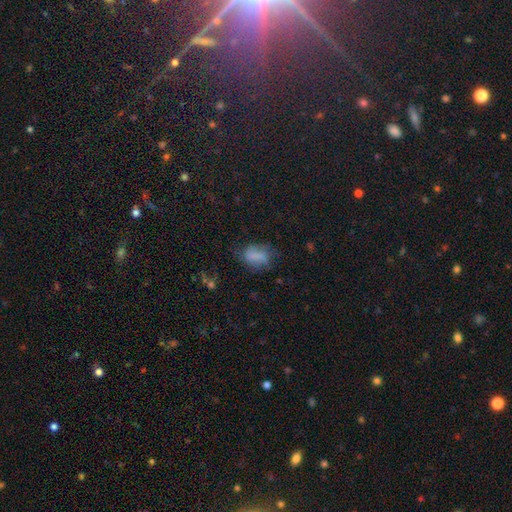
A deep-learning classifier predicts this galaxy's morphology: Q: Smooth or featured?
A: smooth (69%); runner-up: featured or disk (19%)
Q: How rounded?
A: in between (81%); runner-up: round (16%)
Q: Merging?
A: none (54%); runner-up: minor disturbance (27%)